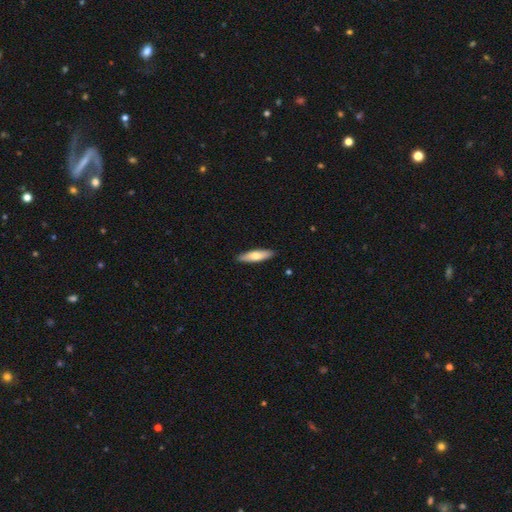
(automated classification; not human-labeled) Smooth or featured? Predicted: smooth (p=0.67). How rounded? Predicted: cigar-shaped (p=0.65). Merging? Predicted: none (p=0.90).